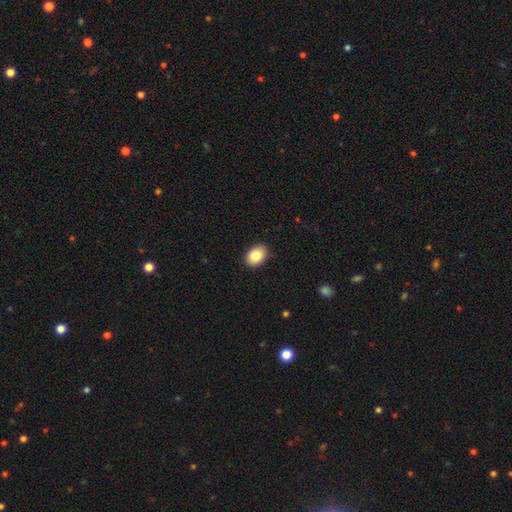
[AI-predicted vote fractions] Smooth or featured? smooth (86%)
How rounded? in between (81%)
Merging? none (89%)